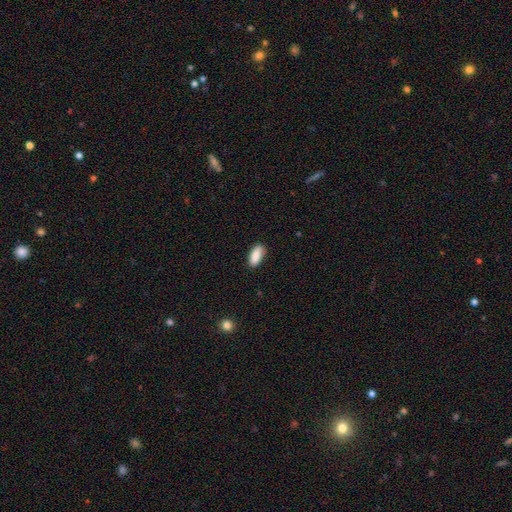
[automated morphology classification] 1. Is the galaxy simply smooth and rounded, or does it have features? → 88% smooth, 7% star or artifact, 6% featured or disk.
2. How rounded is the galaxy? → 82% in between, 16% cigar-shaped, 2% round.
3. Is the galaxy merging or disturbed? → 81% none, 15% minor disturbance, 3% major disturbance, 1% merger.